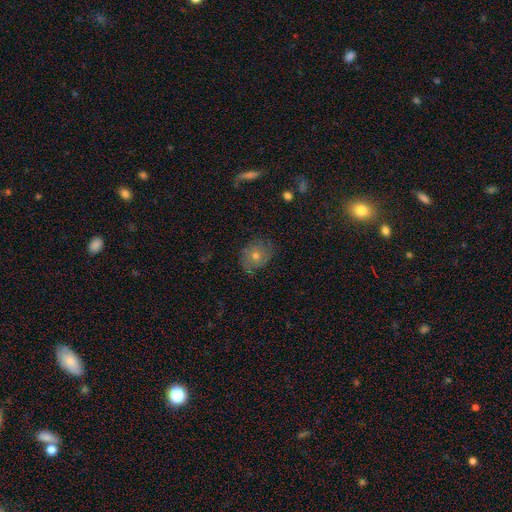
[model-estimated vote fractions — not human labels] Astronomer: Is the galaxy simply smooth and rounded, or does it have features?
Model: featured or disk — 44% (runner-up: smooth, 40%).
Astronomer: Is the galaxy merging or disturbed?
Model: none — 71%.